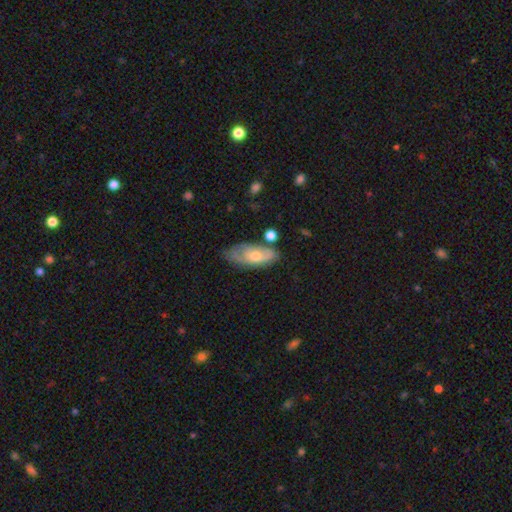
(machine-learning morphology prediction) A smooth galaxy with no disk features (50%) that is in between round and cigar-shaped (84%).

Vote fractions:
- Smooth or featured? smooth: 50% / featured or disk: 43% / star or artifact: 6%
- How rounded? in between: 84% / cigar-shaped: 12% / round: 4%
- Merging? none: 54% / minor disturbance: 30% / major disturbance: 10% / merger: 6%